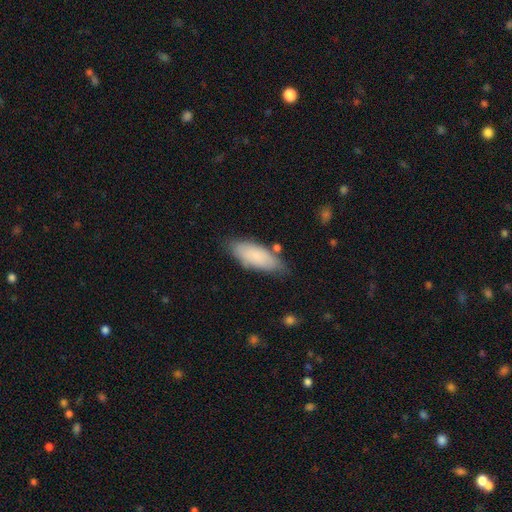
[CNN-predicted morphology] A smooth galaxy with no disk features (82%) that is in between round and cigar-shaped (76%). Merging: none (74%).